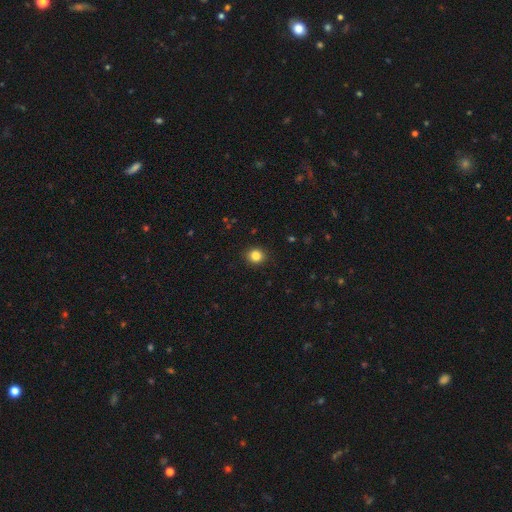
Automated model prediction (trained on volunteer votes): Q: Smooth or featured?
A: smooth (84%); runner-up: star or artifact (11%)
Q: How rounded?
A: round (81%); runner-up: in between (18%)
Q: Merging?
A: none (91%); runner-up: minor disturbance (7%)